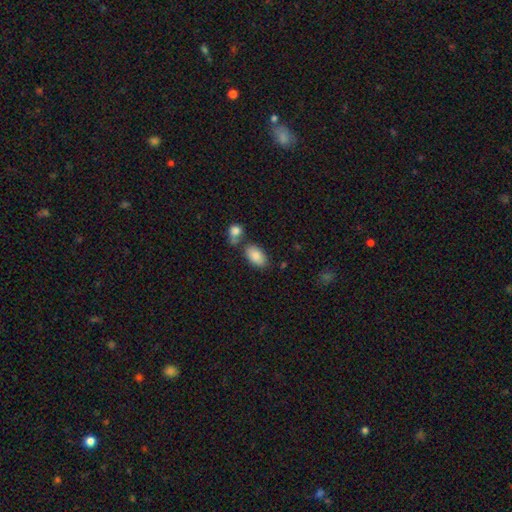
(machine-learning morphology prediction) type=smooth (84%); roundness=in between (93%); merging=none (66%).